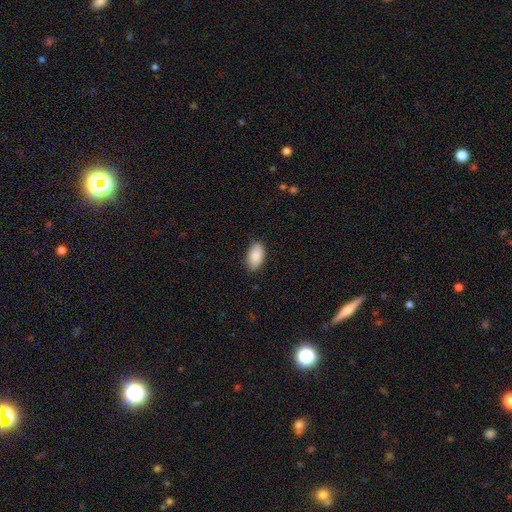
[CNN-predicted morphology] Smooth or featured: smooth — 88% (star or artifact — 6%)
How rounded: in between — 94% (round — 4%)
Merging: none — 84% (minor disturbance — 13%)